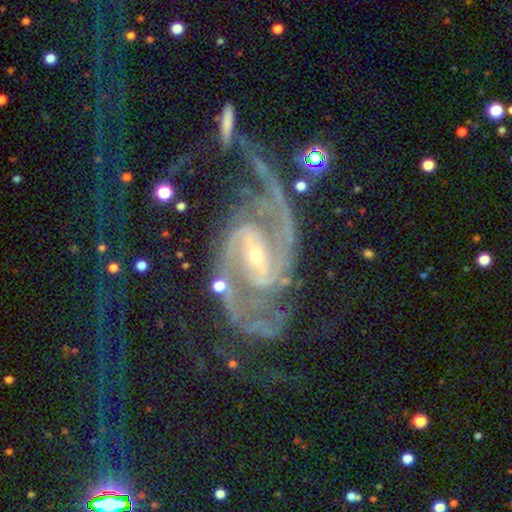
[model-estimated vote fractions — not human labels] Q: Smooth or featured?
A: featured or disk (92%); runner-up: star or artifact (6%)
Q: Edge-on disk?
A: no (98%); runner-up: yes (2%)
Q: Bar?
A: strong (43%); runner-up: weak (39%)
Q: Spiral arms?
A: yes (98%); runner-up: no (2%)
Q: Spiral winding?
A: medium (49%); runner-up: loose (28%)
Q: Spiral arm count?
A: 2 (77%); runner-up: 3 (6%)
Q: Bulge size?
A: small (73%); runner-up: moderate (23%)
Q: Merging?
A: none (43%); runner-up: major disturbance (33%)